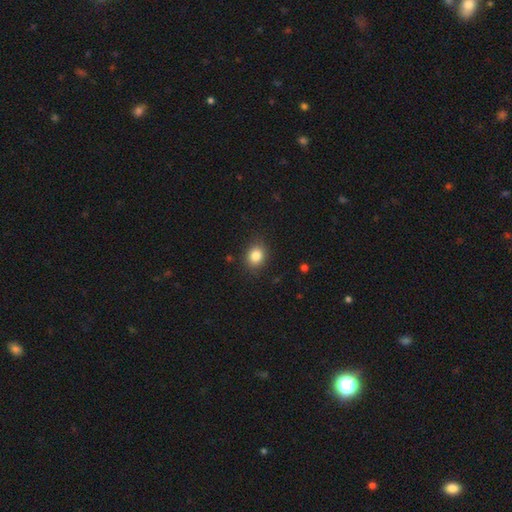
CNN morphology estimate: Smooth or featured?
  - smooth: 84% *
  - star or artifact: 10%
  - featured or disk: 6%
How rounded?
  - round: 59% *
  - in between: 40%
  - cigar-shaped: 1%
Merging?
  - none: 86% *
  - minor disturbance: 10%
  - major disturbance: 3%
  - merger: 1%